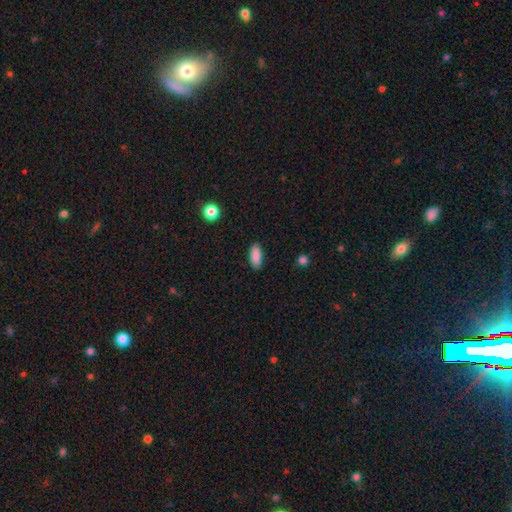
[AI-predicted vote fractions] Q: Smooth or featured?
A: smooth (89%); runner-up: star or artifact (7%)
Q: How rounded?
A: in between (80%); runner-up: cigar-shaped (18%)
Q: Merging?
A: none (87%); runner-up: minor disturbance (10%)